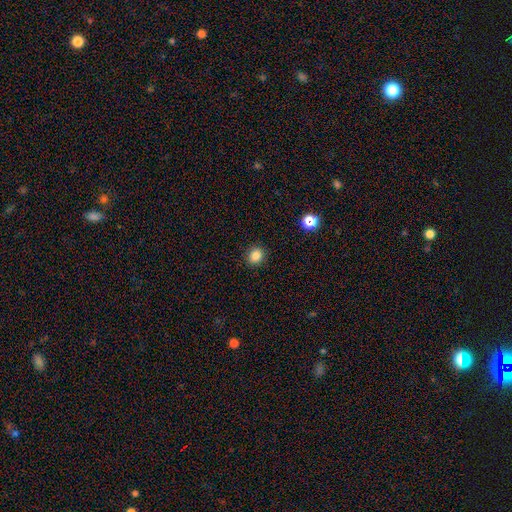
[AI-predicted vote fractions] A smooth galaxy with no disk features (84%) that is round (74%).

Vote fractions:
- Smooth or featured? smooth: 84% / star or artifact: 12% / featured or disk: 4%
- How rounded? round: 74% / in between: 25% / cigar-shaped: 1%
- Merging? none: 90% / minor disturbance: 6% / major disturbance: 2% / merger: 1%